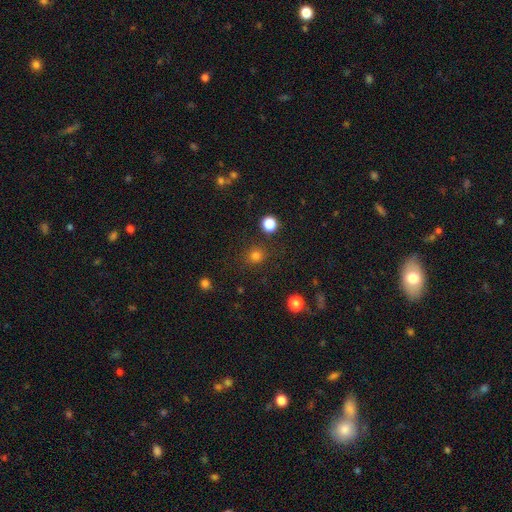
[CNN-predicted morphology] The model was most divided on "smooth or featured": smooth: 78%, star or artifact: 17%, featured or disk: 5%. More confident: how rounded — round (87%); merging — none (86%).